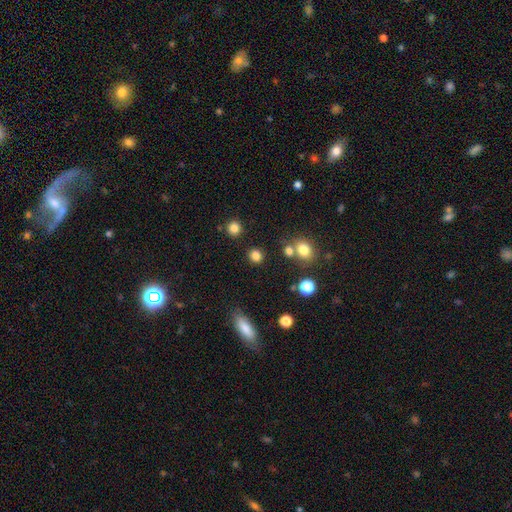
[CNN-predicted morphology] Overall: smooth (81%). How rounded: round (85%). Merging: none (83%).